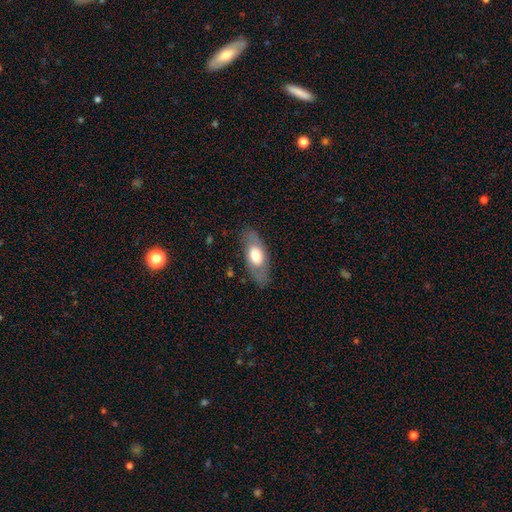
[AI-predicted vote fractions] smooth-or-featured: smooth: 58% | featured or disk: 37% | star or artifact: 6%
  how-rounded: in between: 83% | cigar-shaped: 12% | round: 5%
  merging: none: 79% | minor disturbance: 15% | major disturbance: 5% | merger: 1%